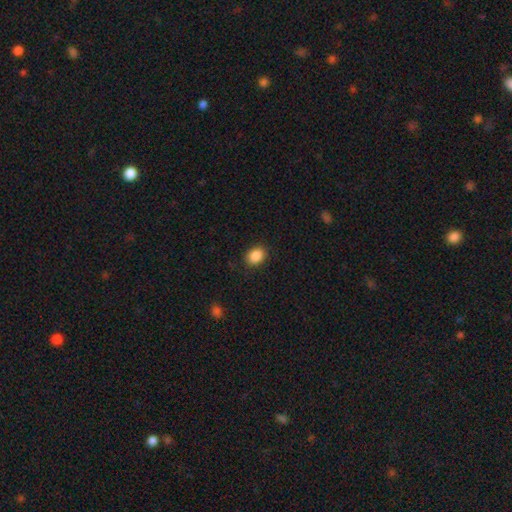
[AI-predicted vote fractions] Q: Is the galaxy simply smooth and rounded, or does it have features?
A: smooth — 88%.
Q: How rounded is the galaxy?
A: in between — 60%.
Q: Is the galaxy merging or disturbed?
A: none — 88%.